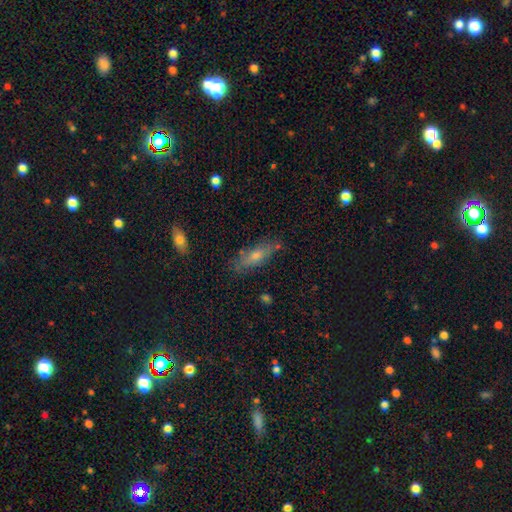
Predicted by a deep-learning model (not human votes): A smooth galaxy with no disk features (52%) that is in between round and cigar-shaped (51%).

Vote fractions:
- Smooth or featured? smooth: 52% / featured or disk: 37% / star or artifact: 11%
- How rounded? in between: 51% / cigar-shaped: 46% / round: 3%
- Merging? none: 75% / minor disturbance: 17% / major disturbance: 4% / merger: 3%